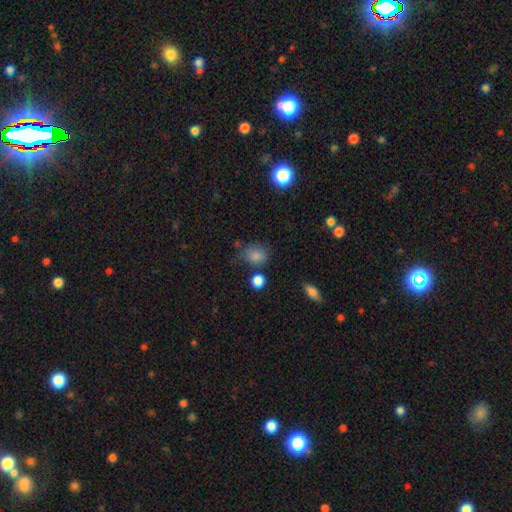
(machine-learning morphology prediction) type=smooth (82%); roundness=round (52%); merging=none (64%).